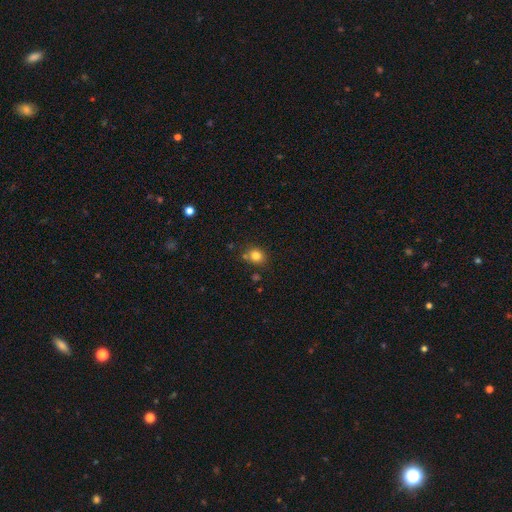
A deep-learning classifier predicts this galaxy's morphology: This appears to be a smooth galaxy with no disk features (81%) that is round (69%). Merging: none (75%).